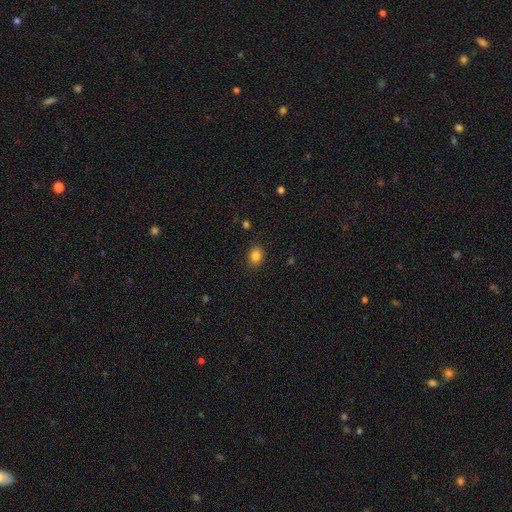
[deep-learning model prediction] This is clearly a smooth galaxy (84%). How rounded: possibly in between (54%). Merging: clearly none (87%).